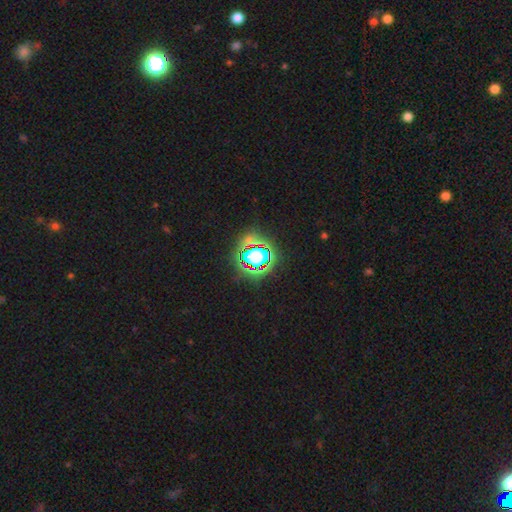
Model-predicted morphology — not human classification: smooth-or-featured: star or artifact: 76% | smooth: 16% | featured or disk: 9%